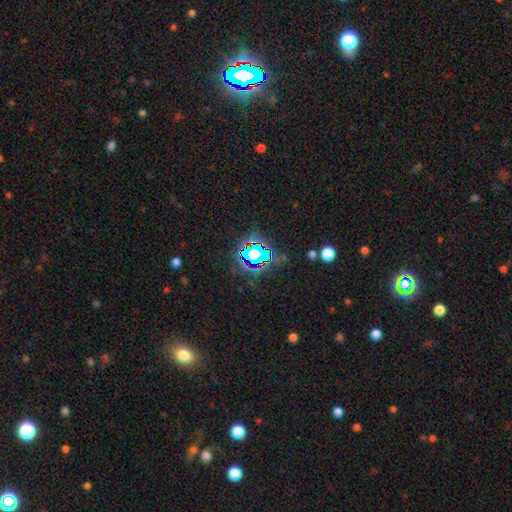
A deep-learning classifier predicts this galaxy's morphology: star or artifact 74%, smooth 14%, featured or disk 12%.